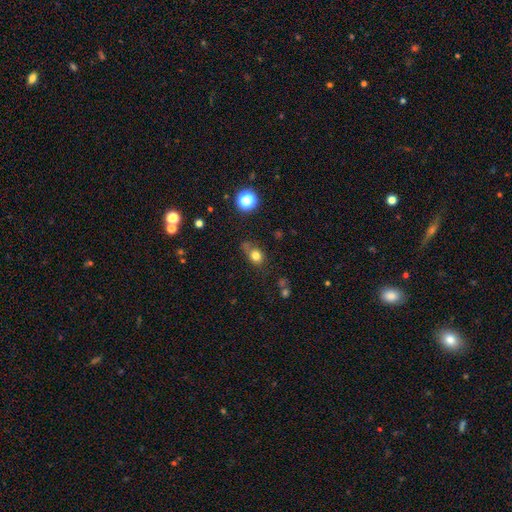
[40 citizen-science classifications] This appears to be a smooth galaxy with no disk features (85%) that is round (79%). Merging: none (69%).